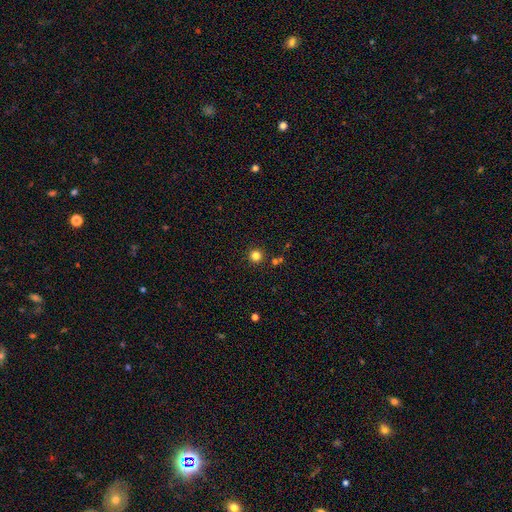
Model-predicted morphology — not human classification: Smooth or featured?
  - smooth: 81% *
  - star or artifact: 15%
  - featured or disk: 5%
How rounded?
  - round: 96% *
  - in between: 3%
  - cigar-shaped: 1%
Merging?
  - none: 89% *
  - minor disturbance: 5%
  - merger: 4%
  - major disturbance: 2%